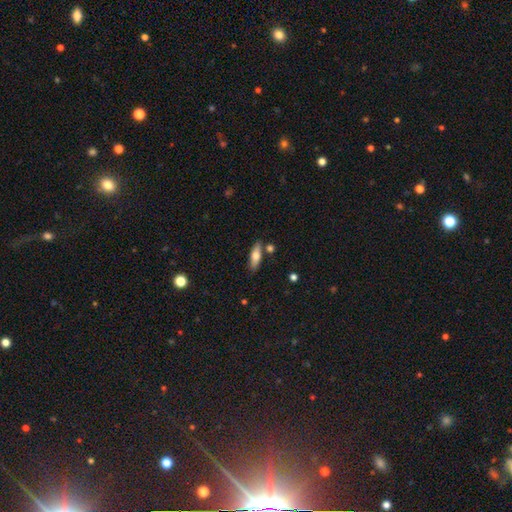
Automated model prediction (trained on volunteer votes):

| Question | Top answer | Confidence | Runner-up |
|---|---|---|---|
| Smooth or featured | smooth | 66% | featured or disk (27%) |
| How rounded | in between | 49% | tied: cigar-shaped (49%) |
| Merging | none | 79% | minor disturbance (11%) |